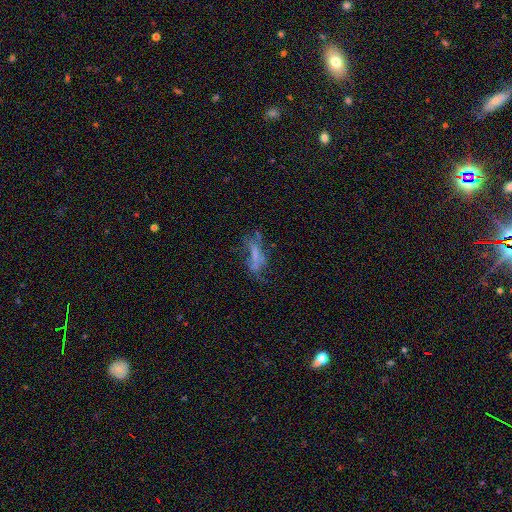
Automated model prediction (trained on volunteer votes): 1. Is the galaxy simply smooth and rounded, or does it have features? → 45% featured or disk, 35% smooth, 19% star or artifact.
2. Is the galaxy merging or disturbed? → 40% none, 31% major disturbance, 21% minor disturbance, 9% merger.